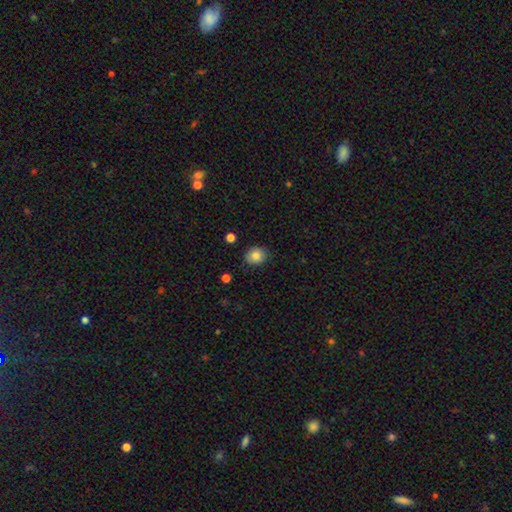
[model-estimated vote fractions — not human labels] This is clearly a smooth galaxy (83%). How rounded: likely round (70%). Merging: clearly none (83%).